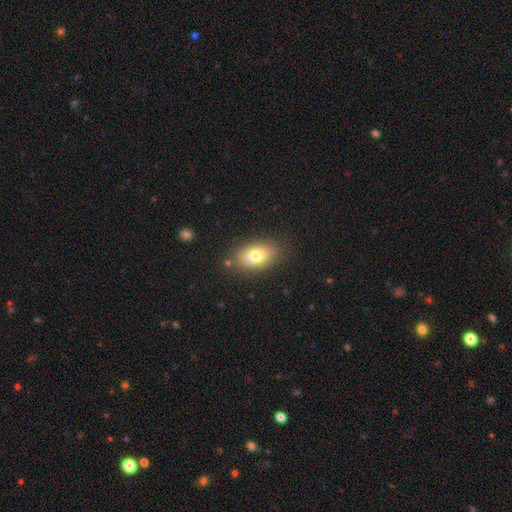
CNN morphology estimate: smooth 75%, featured or disk 16%, star or artifact 9%. Down the decision tree: how rounded — in between (87%); merging — none (83%).